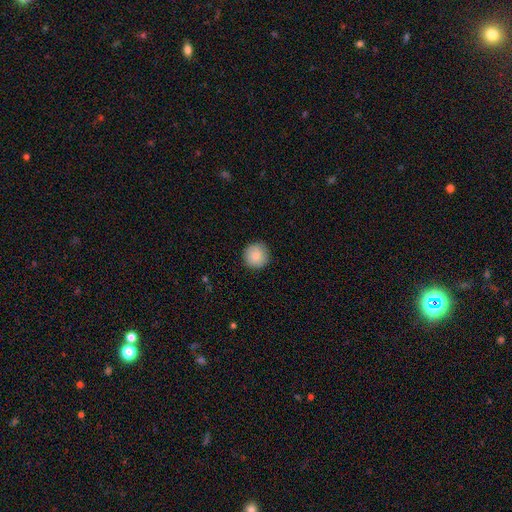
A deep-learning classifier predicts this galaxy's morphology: smooth_or_featured: smooth (p=0.83) [alt: featured or disk p=0.10]
how_rounded: round (p=0.95) [alt: in between p=0.04]
merging: none (p=0.89) [alt: minor disturbance p=0.08]